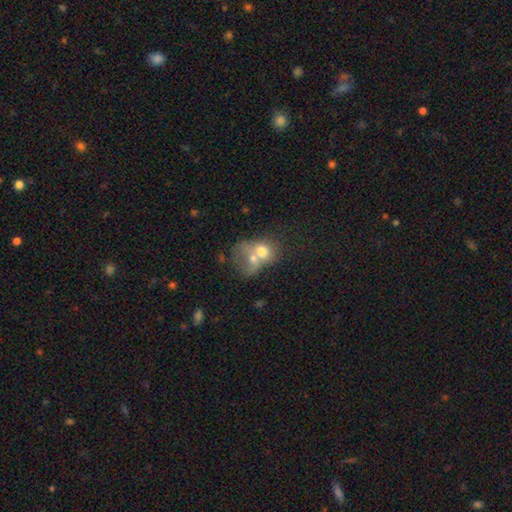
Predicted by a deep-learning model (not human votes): Smooth or featured? Predicted: smooth (p=0.60). How rounded? Predicted: round (p=0.50). Merging? Predicted: merger (p=0.71).